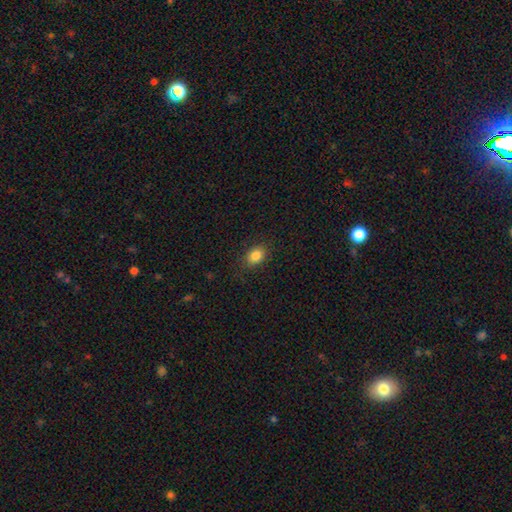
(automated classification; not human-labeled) smooth-or-featured: smooth: 85% | star or artifact: 10% | featured or disk: 5%
  how-rounded: in between: 73% | round: 26% | cigar-shaped: 1%
  merging: none: 85% | minor disturbance: 11% | major disturbance: 3% | merger: 1%